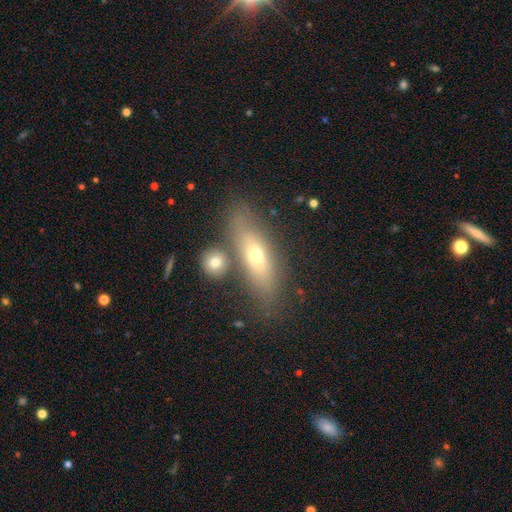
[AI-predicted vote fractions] smooth-or-featured: smooth: 55% | featured or disk: 35% | star or artifact: 9%
  how-rounded: in between: 49% | cigar-shaped: 47% | round: 5%
  merging: none: 67% | merger: 15% | minor disturbance: 13% | major disturbance: 5%